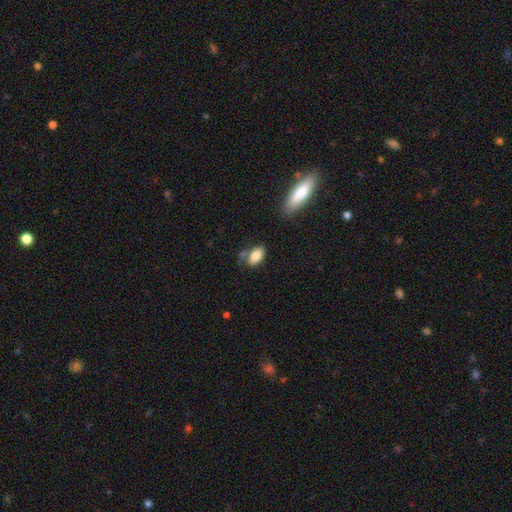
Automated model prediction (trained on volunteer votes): Overall: smooth (83%). How rounded: in between (92%). Merging: none (61%).